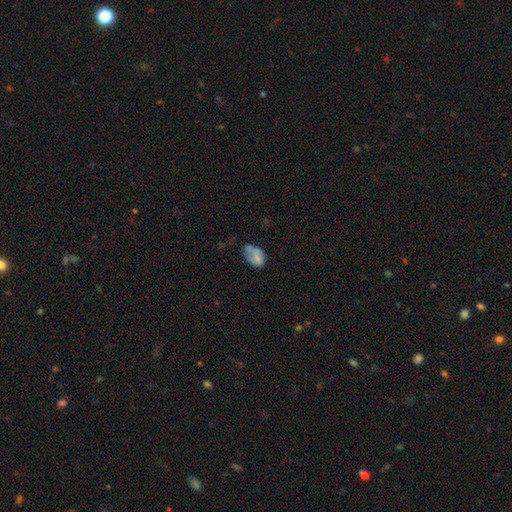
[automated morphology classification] Q: Smooth or featured?
A: smooth (68%); runner-up: featured or disk (22%)
Q: How rounded?
A: in between (87%); runner-up: round (12%)
Q: Merging?
A: minor disturbance (36%); runner-up: none (33%)